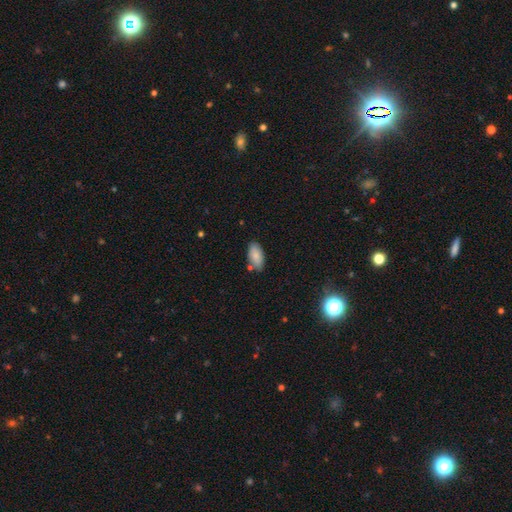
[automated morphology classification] type=smooth (84%); roundness=in between (91%); merging=none (75%).